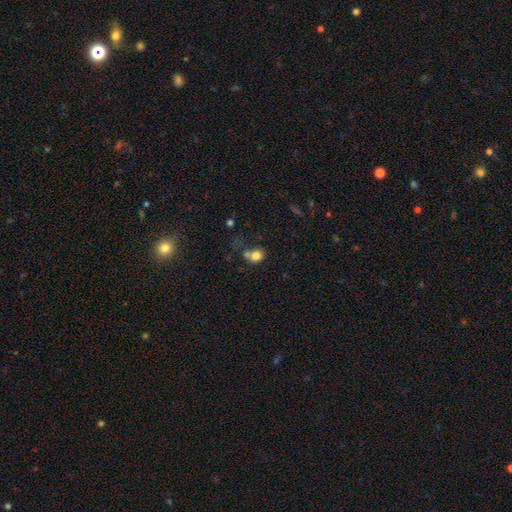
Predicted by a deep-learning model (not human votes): smooth 78%, star or artifact 12%, featured or disk 10%. Down the decision tree: how rounded — round (72%); merging — none (44%).